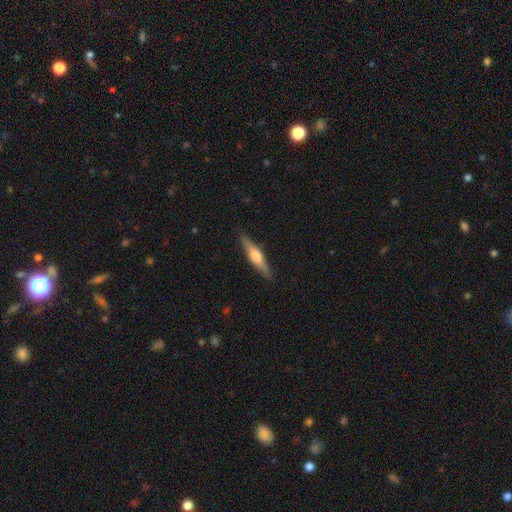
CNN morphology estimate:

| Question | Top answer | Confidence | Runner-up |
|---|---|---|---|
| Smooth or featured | featured or disk | 60% | smooth (34%) |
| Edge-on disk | yes | 97% | no (3%) |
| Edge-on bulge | rounded | 87% | boxy (9%) |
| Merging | none | 89% | minor disturbance (8%) |